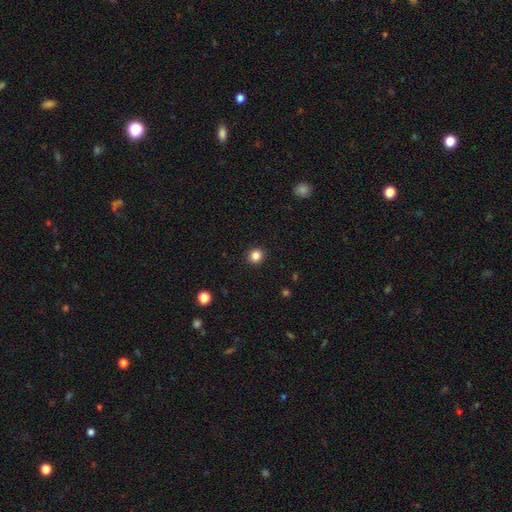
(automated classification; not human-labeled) A smooth galaxy with no disk features (84%) that is round (93%).

Vote fractions:
- Smooth or featured? smooth: 84% / star or artifact: 12% / featured or disk: 4%
- How rounded? round: 93% / in between: 6% / cigar-shaped: 1%
- Merging? none: 92% / minor disturbance: 5% / major disturbance: 2% / merger: 1%